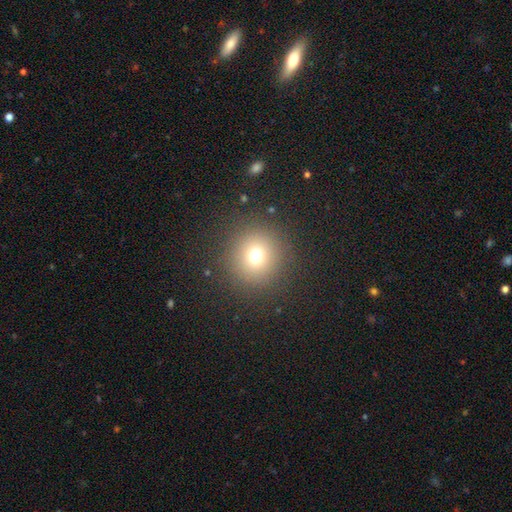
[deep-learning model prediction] Smooth or featured? smooth (70%)
How rounded? round (94%)
Merging? none (88%)